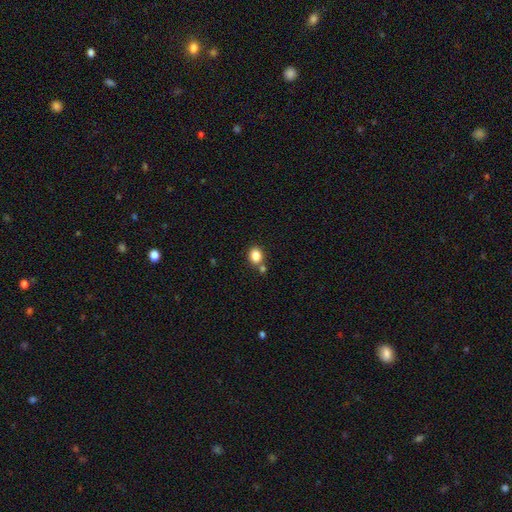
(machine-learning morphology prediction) The model was most divided on "how rounded": round: 52%, in between: 48%, cigar-shaped: 1%. More confident: smooth or featured — smooth (84%); merging — none (68%).